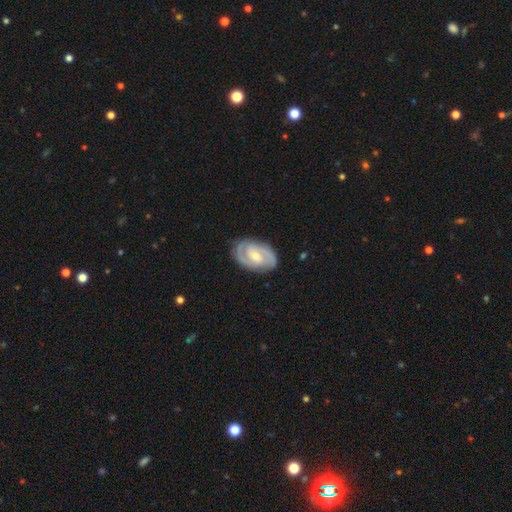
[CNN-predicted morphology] type=featured or disk (86%); edge-on=no (97%); bar=weak (47%); spiral arms=yes (96%); winding=tight (52%); arm count=2 (84%); bulge=small (48%); merging=none (84%).